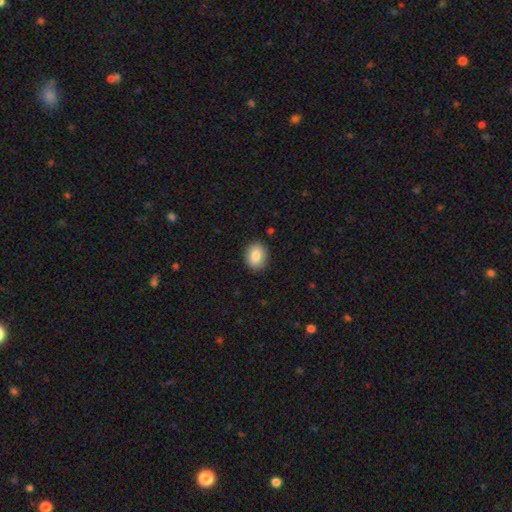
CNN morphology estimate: Overall: smooth (84%). How rounded: in between (53%; round 46%). Merging: none (89%).